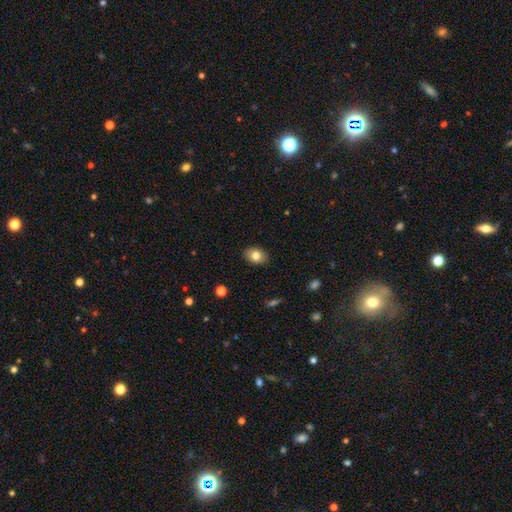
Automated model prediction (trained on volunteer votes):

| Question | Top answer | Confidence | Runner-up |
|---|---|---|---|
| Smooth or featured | smooth | 80% | featured or disk (11%) |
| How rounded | in between | 80% | round (19%) |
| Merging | none | 88% | minor disturbance (9%) |